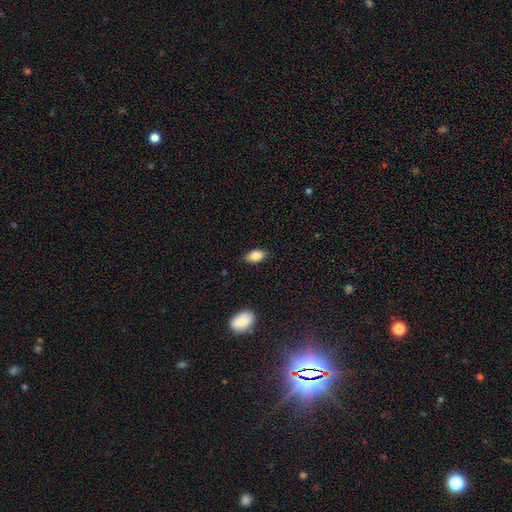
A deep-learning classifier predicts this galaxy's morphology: Smooth or featured? Predicted: smooth (p=0.82). How rounded? Predicted: in between (p=0.90). Merging? Predicted: none (p=0.85).